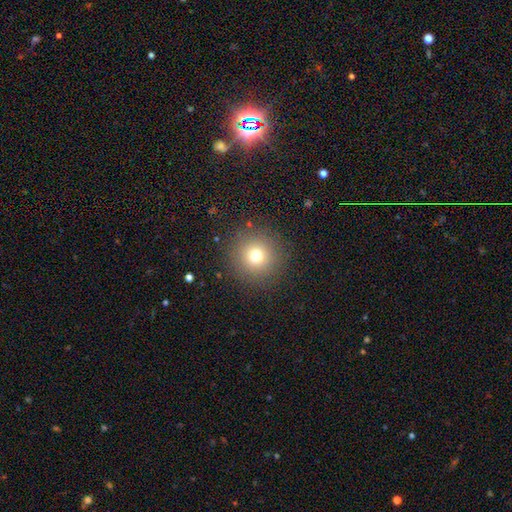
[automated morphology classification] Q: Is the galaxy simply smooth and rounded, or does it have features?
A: smooth — 73%.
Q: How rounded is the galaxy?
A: round — 96%.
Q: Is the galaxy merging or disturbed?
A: none — 89%.